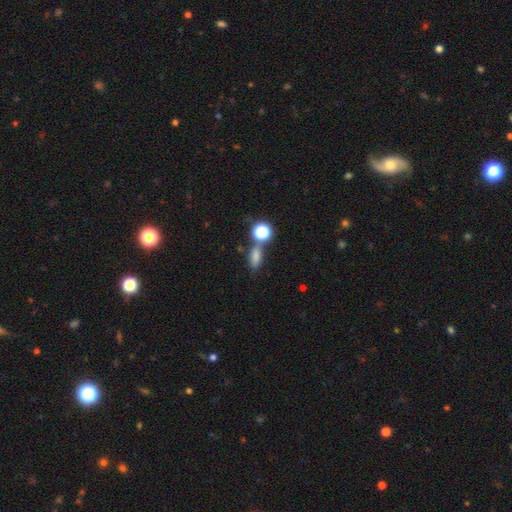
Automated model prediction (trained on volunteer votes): A smooth galaxy with no disk features (74%) that is in between round and cigar-shaped (68%).

Vote fractions:
- Smooth or featured? smooth: 74% / star or artifact: 18% / featured or disk: 8%
- How rounded? in between: 68% / round: 19% / cigar-shaped: 13%
- Merging? none: 64% / merger: 17% / minor disturbance: 13% / major disturbance: 5%